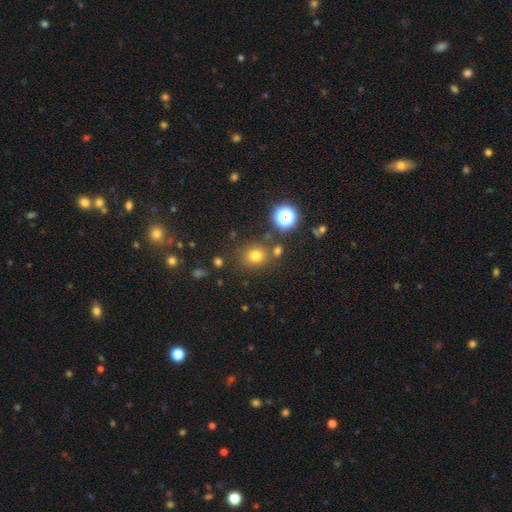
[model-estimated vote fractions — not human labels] Smooth or featured? smooth (72%)
How rounded? round (82%)
Merging? none (78%)